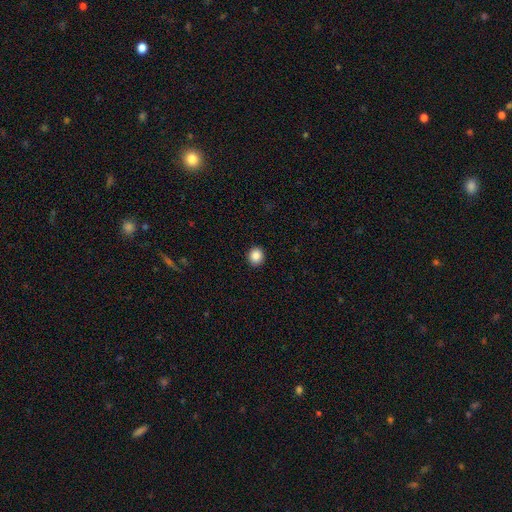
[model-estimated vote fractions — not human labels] Smooth or featured? smooth (86%)
How rounded? round (85%)
Merging? none (93%)